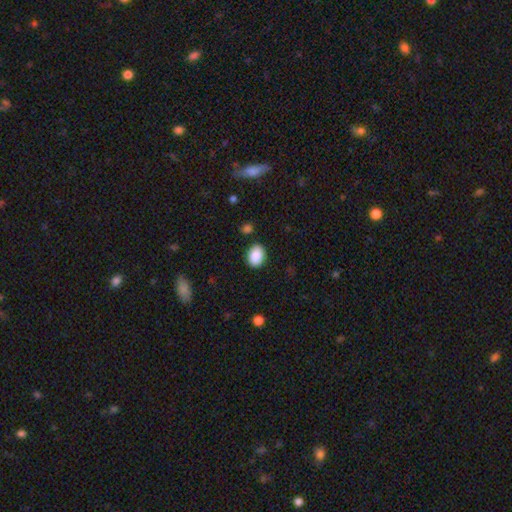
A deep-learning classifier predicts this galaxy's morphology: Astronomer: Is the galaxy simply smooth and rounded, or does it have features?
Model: smooth — 89%.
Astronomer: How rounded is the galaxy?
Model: in between — 71%.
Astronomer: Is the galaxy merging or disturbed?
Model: none — 85%.